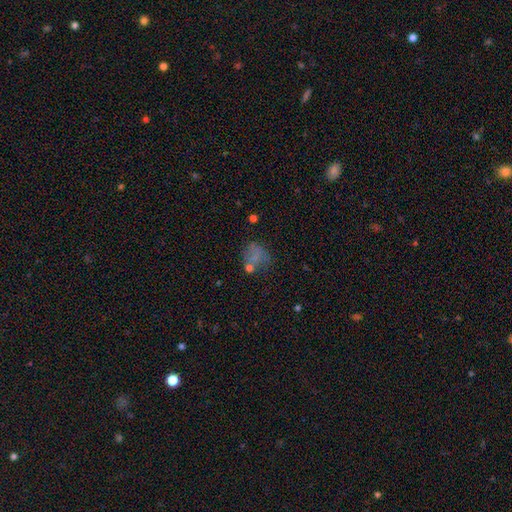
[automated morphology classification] A smooth galaxy with no disk features (58%) that is round (52%). Merging: none (43%).